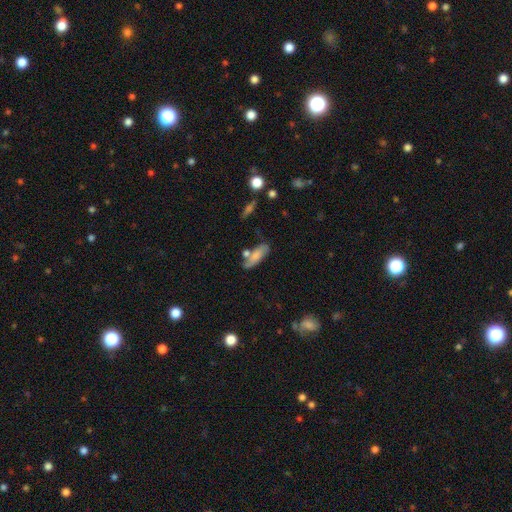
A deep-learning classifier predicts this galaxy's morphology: Smooth or featured? smooth (68%)
How rounded? in between (63%)
Merging? none (50%)